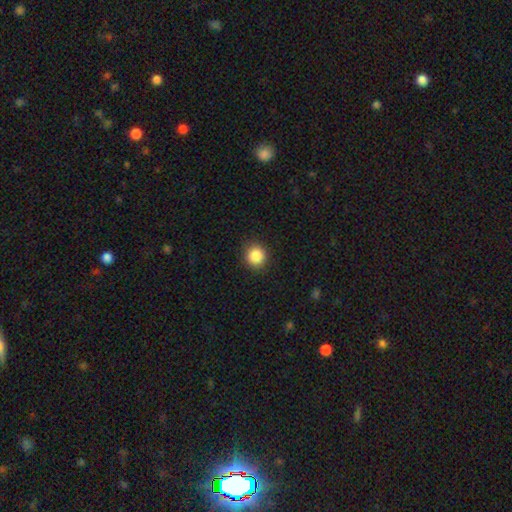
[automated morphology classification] Smooth or featured?
  - smooth: 87% *
  - star or artifact: 10%
  - featured or disk: 3%
How rounded?
  - round: 91% *
  - in between: 8%
  - cigar-shaped: 1%
Merging?
  - none: 90% *
  - minor disturbance: 7%
  - major disturbance: 2%
  - merger: 1%